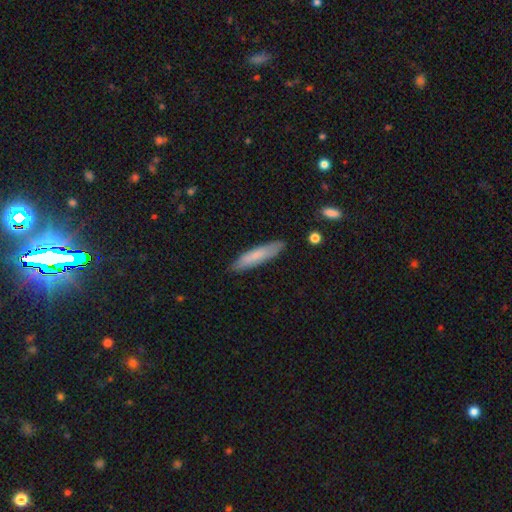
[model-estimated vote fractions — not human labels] Smooth or featured: smooth — 75% (featured or disk — 19%)
How rounded: cigar-shaped — 83% (in between — 16%)
Merging: none — 86% (minor disturbance — 11%)